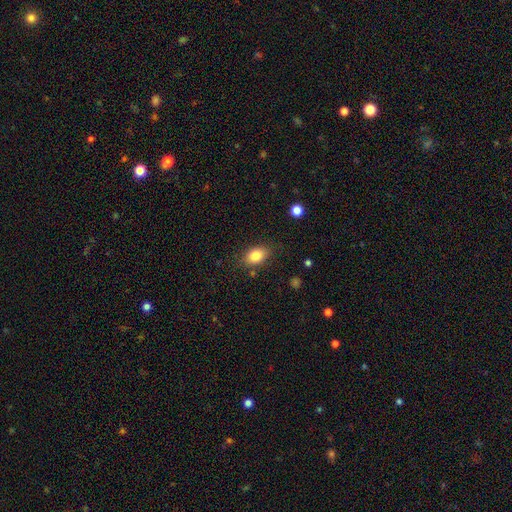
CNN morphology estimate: Smooth or featured? Predicted: smooth (p=0.83). How rounded? Predicted: in between (p=0.82). Merging? Predicted: none (p=0.81).